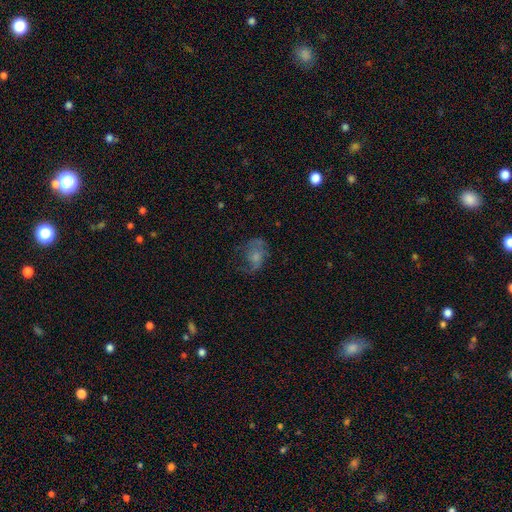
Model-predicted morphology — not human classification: Smooth or featured?
  - featured or disk: 50% *
  - smooth: 38%
  - star or artifact: 12%
Merging?
  - none: 42% *
  - major disturbance: 33%
  - minor disturbance: 22%
  - merger: 2%